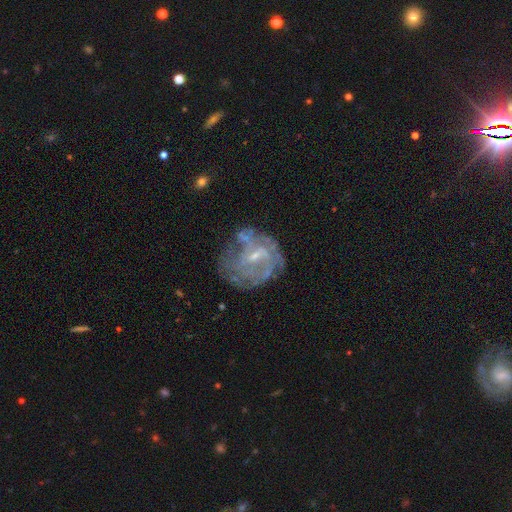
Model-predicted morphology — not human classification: This is likely a featured or disk galaxy (73%). It is clearly not viewed edge-on (98%). Bar: possibly weak (50%). Spiral arm pattern: possibly yes (53%). Central bulge: likely small (66%). Merging: possibly none (53%).